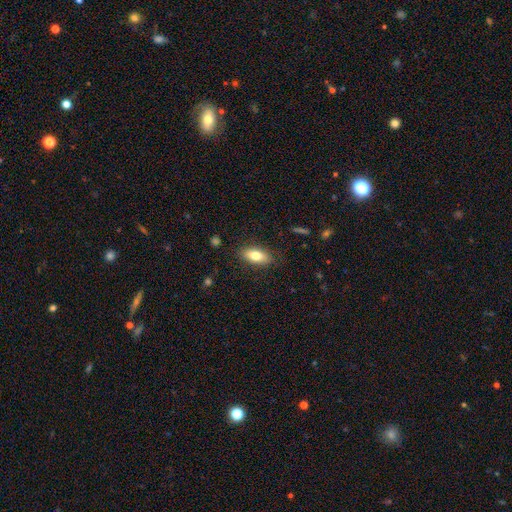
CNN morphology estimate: smooth_or_featured: smooth (p=0.77) [alt: featured or disk p=0.16]
how_rounded: in between (p=0.84) [alt: cigar-shaped p=0.12]
merging: none (p=0.85) [alt: minor disturbance p=0.11]